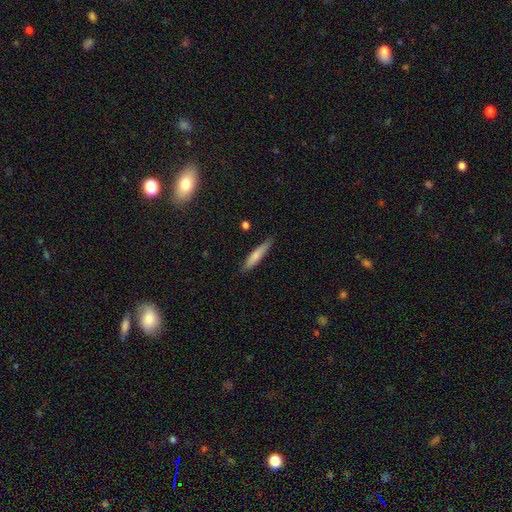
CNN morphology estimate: The model was most divided on "smooth or featured": smooth: 73%, featured or disk: 21%, star or artifact: 6%. More confident: how rounded — cigar-shaped (86%); merging — none (84%).